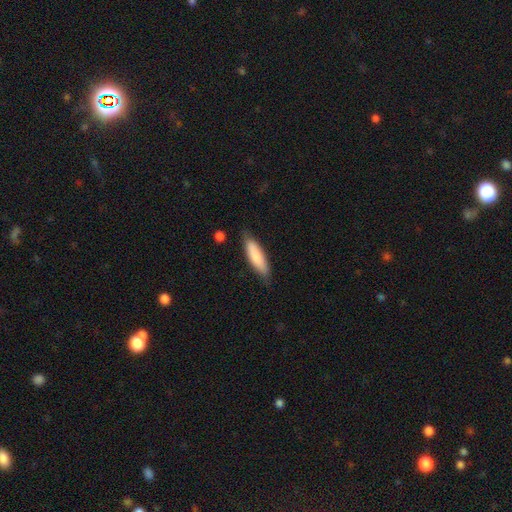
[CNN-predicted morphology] This appears to be a smooth galaxy with no disk features (81%) that is cigar-shaped (63%). Merging: none (78%).